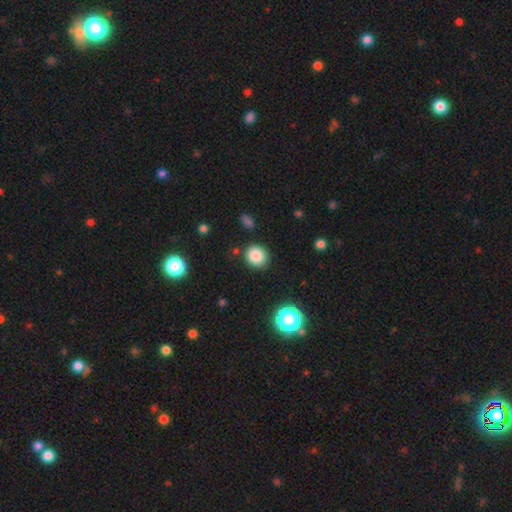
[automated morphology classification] smooth-or-featured: smooth: 84% | star or artifact: 11% | featured or disk: 5%
  how-rounded: round: 79% | in between: 20% | cigar-shaped: 1%
  merging: none: 86% | minor disturbance: 9% | major disturbance: 3% | merger: 3%